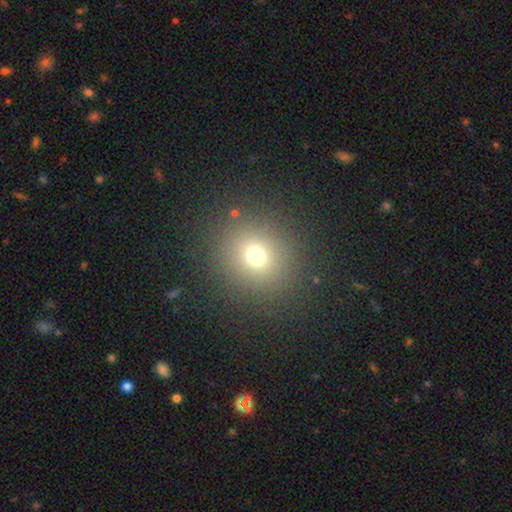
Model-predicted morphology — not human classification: A smooth galaxy with no disk features (70%) that is round (84%).

Vote fractions:
- Smooth or featured? smooth: 70% / star or artifact: 20% / featured or disk: 10%
- How rounded? round: 84% / in between: 15% / cigar-shaped: 1%
- Merging? none: 87% / minor disturbance: 7% / major disturbance: 4% / merger: 2%